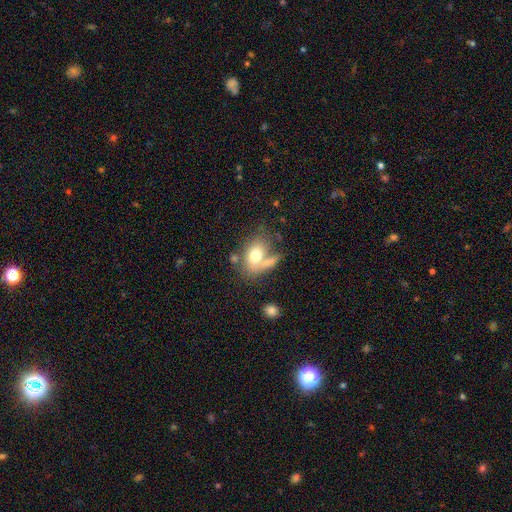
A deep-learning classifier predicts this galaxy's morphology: A smooth galaxy with no disk features (69%) that is in between round and cigar-shaped (75%). Merging: none (40%).